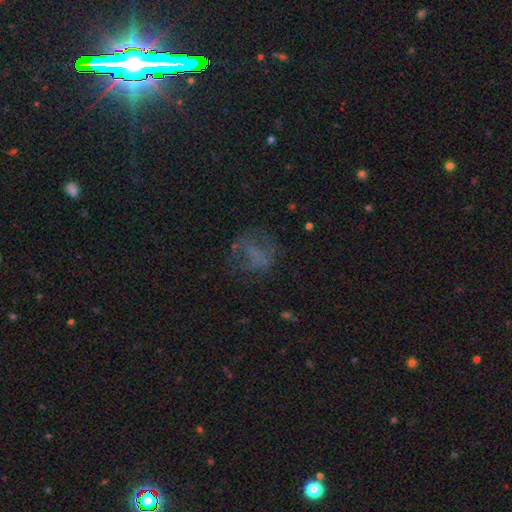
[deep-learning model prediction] Smooth or featured? Predicted: smooth (p=0.40). Merging? Predicted: none (p=0.56).